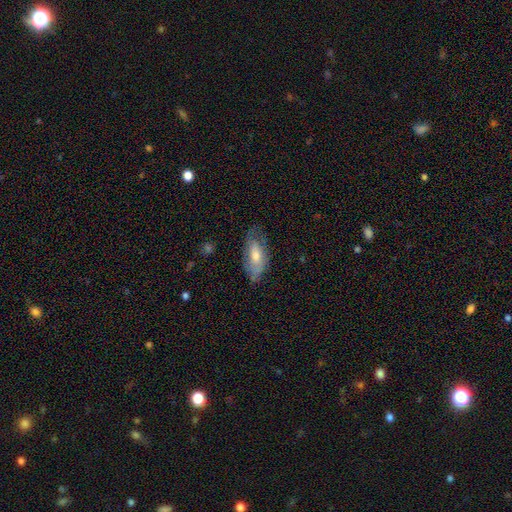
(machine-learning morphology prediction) Smooth or featured? smooth (53%)
How rounded? in between (85%)
Merging? none (61%)